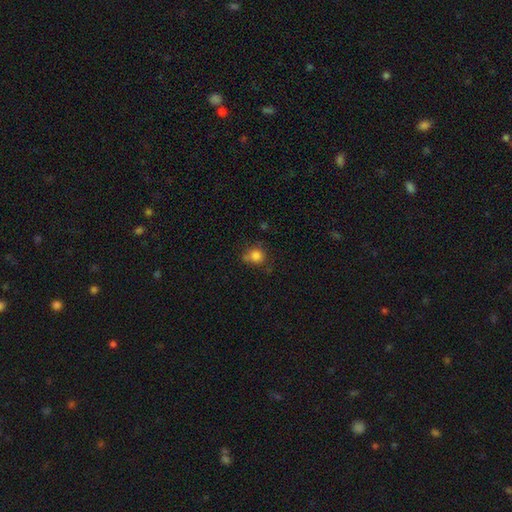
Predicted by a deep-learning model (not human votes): Smooth or featured? smooth (82%)
How rounded? round (81%)
Merging? none (60%)